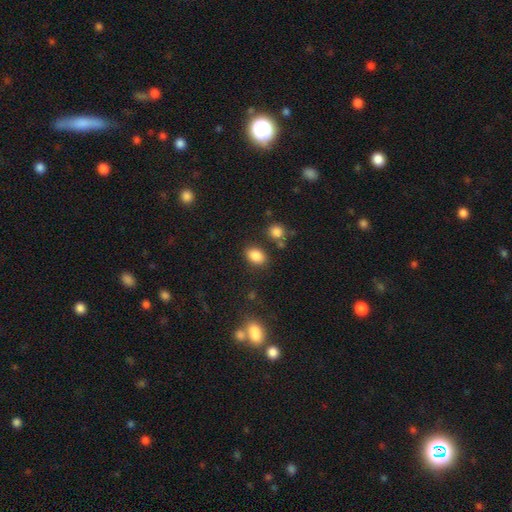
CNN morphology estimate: Smooth or featured?
  - smooth: 85% *
  - star or artifact: 10%
  - featured or disk: 5%
How rounded?
  - in between: 81% *
  - round: 18%
  - cigar-shaped: 1%
Merging?
  - none: 80% *
  - minor disturbance: 11%
  - merger: 5%
  - major disturbance: 4%